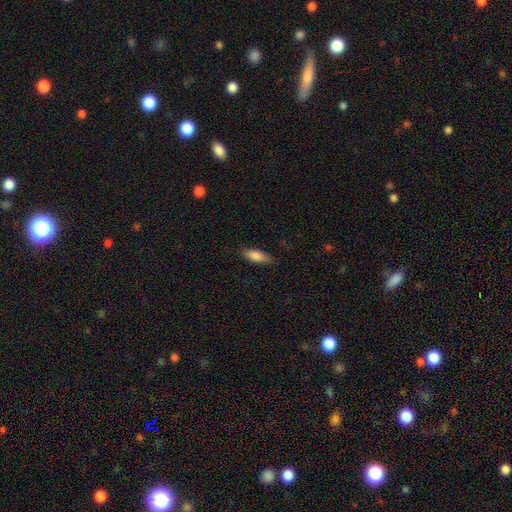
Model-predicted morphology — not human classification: Smooth or featured? smooth (82%)
How rounded? in between (67%)
Merging? none (82%)